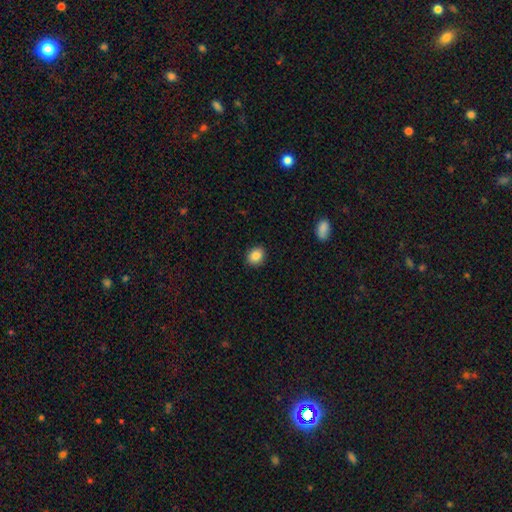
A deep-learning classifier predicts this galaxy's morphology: This appears to be a smooth galaxy with no disk features (86%) that is round (59%). Merging: none (90%).